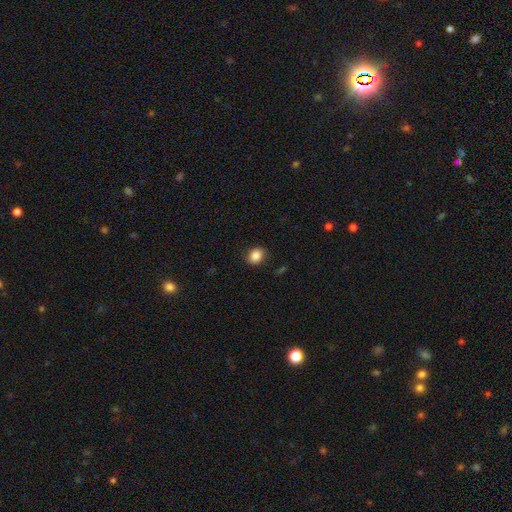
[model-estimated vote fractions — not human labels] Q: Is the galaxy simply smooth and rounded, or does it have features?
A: smooth — 87%.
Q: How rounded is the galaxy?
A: in between — 50%.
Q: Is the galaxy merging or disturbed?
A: none — 86%.